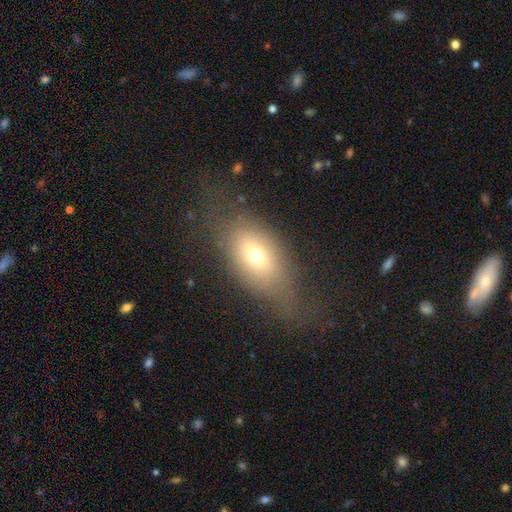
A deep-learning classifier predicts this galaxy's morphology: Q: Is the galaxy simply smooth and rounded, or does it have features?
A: smooth — 63%.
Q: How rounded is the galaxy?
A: in between — 80%.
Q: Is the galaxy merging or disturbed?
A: none — 55%.